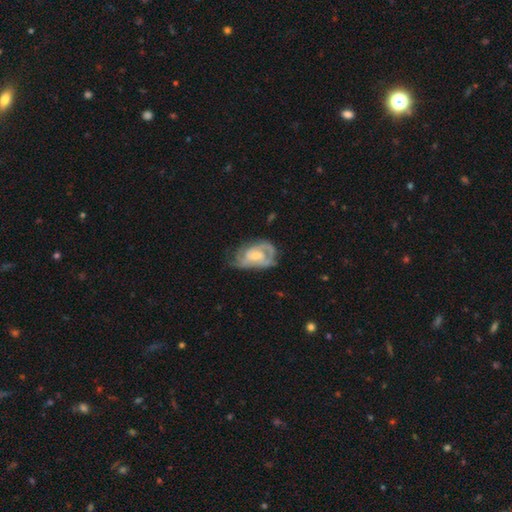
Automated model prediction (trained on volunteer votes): This is likely a featured or disk galaxy (77%). It is clearly not viewed edge-on (97%). Bar: possibly no (53%). Spiral arm pattern: clearly yes (88%). Spiral arm count: marginally 2 (41%). Spiral winding: possibly tight (52%). Central bulge: marginally moderate (41%). Merging: possibly none (49%).